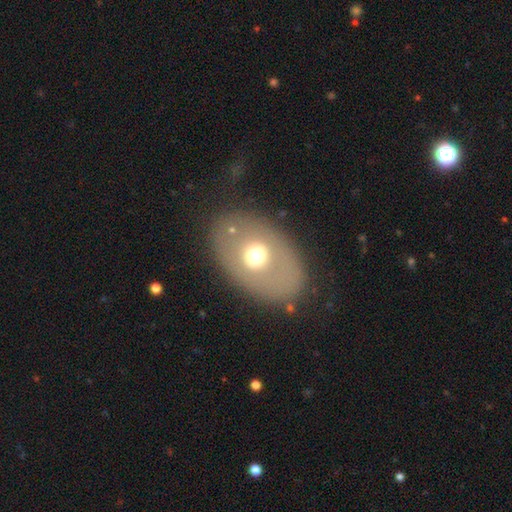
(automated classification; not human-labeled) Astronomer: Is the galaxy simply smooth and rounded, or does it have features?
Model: smooth — 51% (runner-up: featured or disk, 40%).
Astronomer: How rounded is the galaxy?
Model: in between — 79%.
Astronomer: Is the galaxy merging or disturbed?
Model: none — 80%.